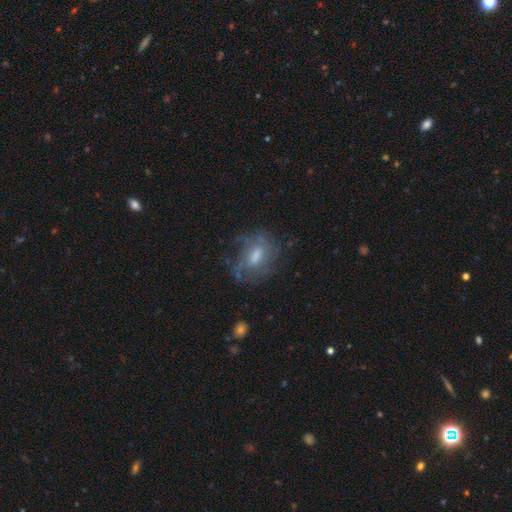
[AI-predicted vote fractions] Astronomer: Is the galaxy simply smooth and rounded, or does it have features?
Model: featured or disk — 62%.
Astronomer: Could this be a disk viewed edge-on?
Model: no — 95%.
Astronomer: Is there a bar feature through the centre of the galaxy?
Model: weak — 52% (runner-up: no, 35%).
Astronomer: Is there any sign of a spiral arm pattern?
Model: yes — 72%.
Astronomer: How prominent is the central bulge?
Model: moderate — 52%.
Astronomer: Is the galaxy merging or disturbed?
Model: none — 60%.